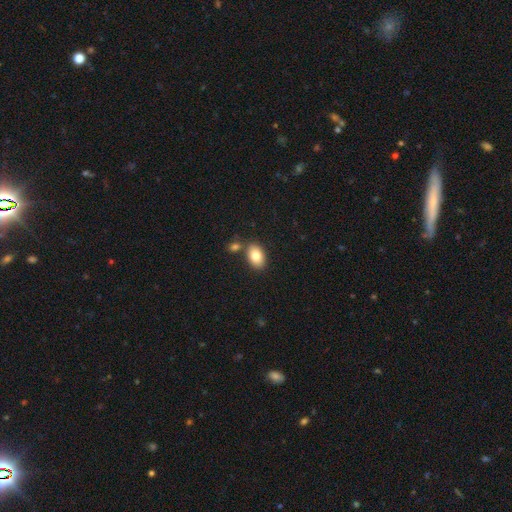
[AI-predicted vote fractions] Smooth or featured?
  - smooth: 81% *
  - featured or disk: 11%
  - star or artifact: 8%
How rounded?
  - in between: 89% *
  - round: 10%
  - cigar-shaped: 1%
Merging?
  - none: 74% *
  - merger: 13%
  - minor disturbance: 10%
  - major disturbance: 3%